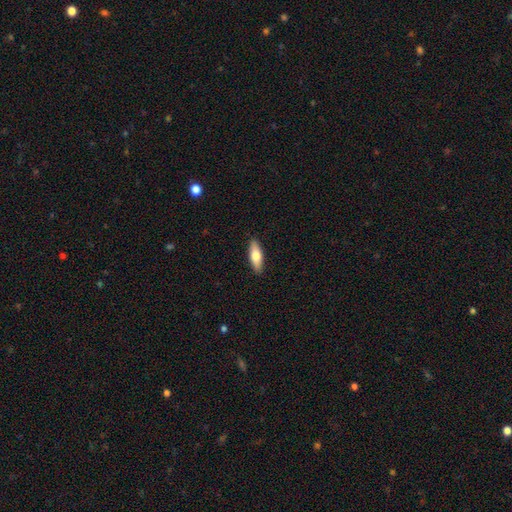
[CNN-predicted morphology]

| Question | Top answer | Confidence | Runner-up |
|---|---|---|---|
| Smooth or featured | smooth | 71% | featured or disk (23%) |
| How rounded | in between | 57% | cigar-shaped (41%) |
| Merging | none | 90% | minor disturbance (8%) |